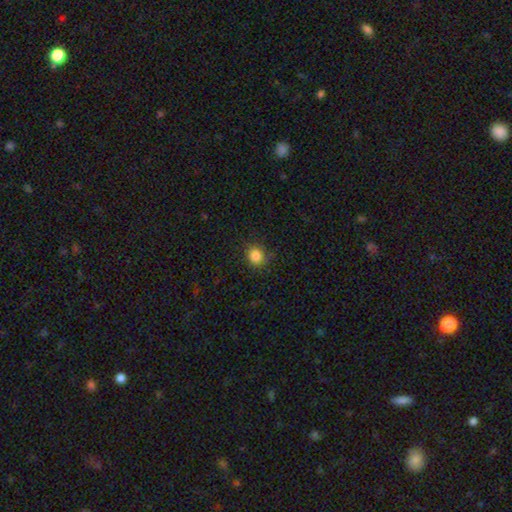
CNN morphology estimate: This appears to be a smooth galaxy with no disk features (85%) that is round (85%). Merging: none (82%).